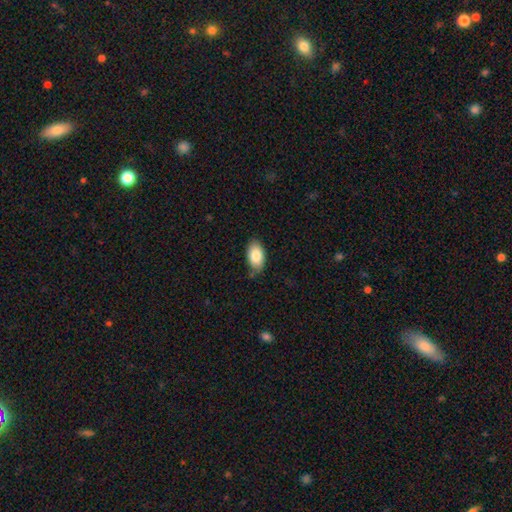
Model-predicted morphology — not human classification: This appears to be a smooth galaxy with no disk features (85%) that is in between round and cigar-shaped (94%). Merging: none (79%).